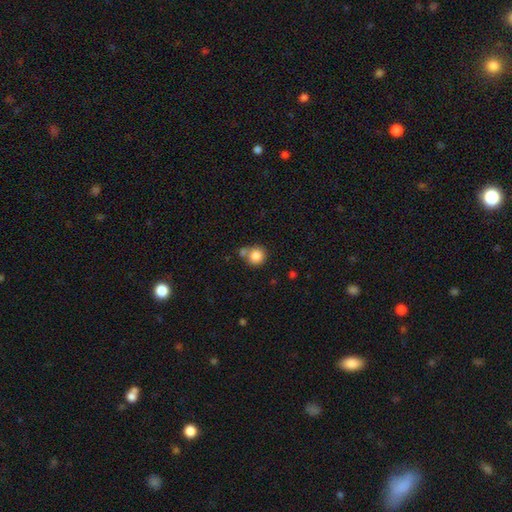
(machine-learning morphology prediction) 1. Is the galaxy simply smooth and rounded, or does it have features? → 84% smooth, 9% star or artifact, 6% featured or disk.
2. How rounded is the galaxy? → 90% round, 9% in between, 1% cigar-shaped.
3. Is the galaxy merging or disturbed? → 56% none, 28% merger, 12% minor disturbance, 4% major disturbance.